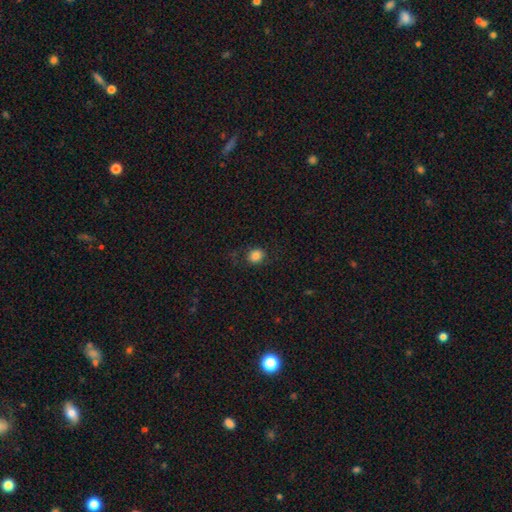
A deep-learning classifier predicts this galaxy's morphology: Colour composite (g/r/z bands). It shows a smooth galaxy with no disk features (82%) that is round (70%). Merging: none (81%).